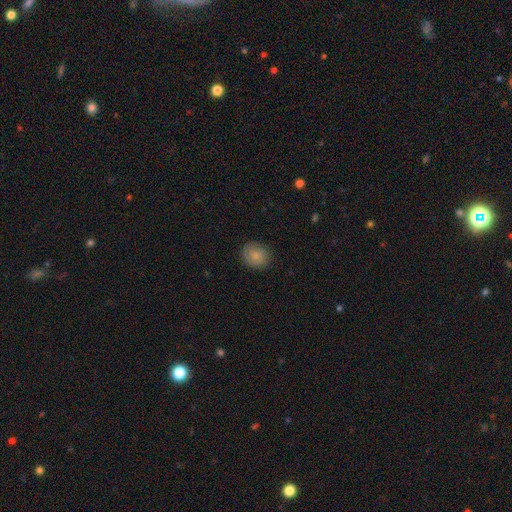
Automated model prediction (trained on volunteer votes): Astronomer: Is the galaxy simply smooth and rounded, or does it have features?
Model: smooth — 83%.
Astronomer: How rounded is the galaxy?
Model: round — 78%.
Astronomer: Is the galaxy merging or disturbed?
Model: none — 84%.